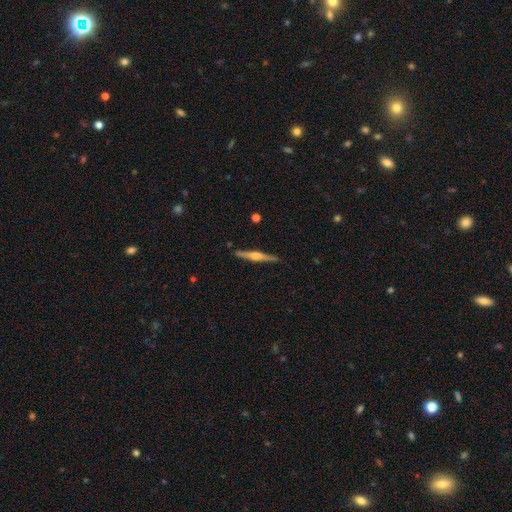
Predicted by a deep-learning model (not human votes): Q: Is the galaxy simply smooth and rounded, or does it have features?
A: featured or disk — 75%.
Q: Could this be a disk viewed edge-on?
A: yes — 98%.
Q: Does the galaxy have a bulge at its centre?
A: rounded — 90%.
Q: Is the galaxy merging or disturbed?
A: none — 91%.